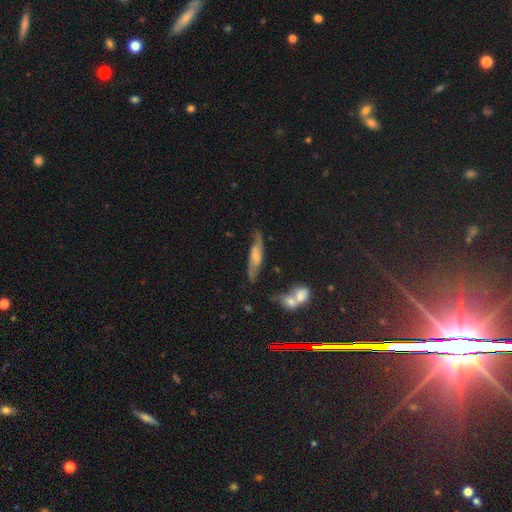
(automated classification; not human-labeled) smooth-or-featured: featured or disk: 56% | smooth: 37% | star or artifact: 6%
  disk-edge-on: no: 63% | yes: 37%
  merging: none: 65% | minor disturbance: 22% | major disturbance: 8% | merger: 5%